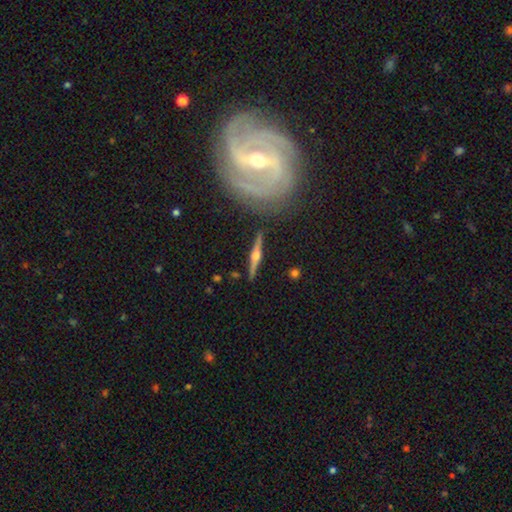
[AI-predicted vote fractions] Morphology: type=featured or disk (77%); edge-on=yes (97%); edge-on bulge=rounded (92%); merging=none (88%).